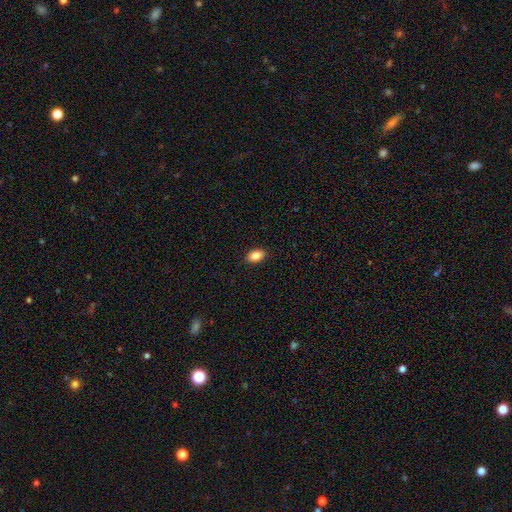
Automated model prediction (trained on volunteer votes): This appears to be a smooth galaxy with no disk features (87%) that is in between round and cigar-shaped (89%). Merging: none (89%).